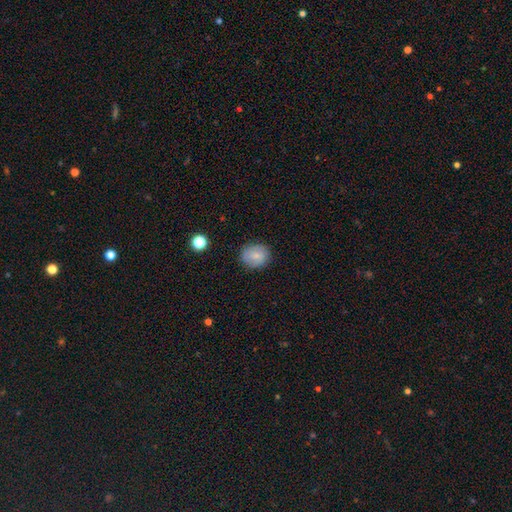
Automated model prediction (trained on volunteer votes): Morphology: type=smooth (74%); roundness=round (68%); merging=none (83%).